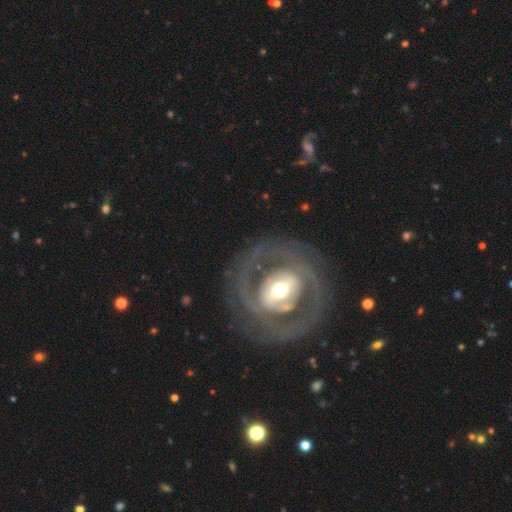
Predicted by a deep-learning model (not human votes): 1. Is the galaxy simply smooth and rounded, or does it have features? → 79% featured or disk, 15% smooth, 6% star or artifact.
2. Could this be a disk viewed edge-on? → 94% no, 6% yes.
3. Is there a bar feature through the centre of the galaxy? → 43% strong, 29% weak, 28% no.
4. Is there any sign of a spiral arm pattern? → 53% yes, 47% no.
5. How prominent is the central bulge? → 58% moderate, 25% small, 14% large, 2% dominant, 1% none.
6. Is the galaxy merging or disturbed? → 79% none, 11% minor disturbance, 9% major disturbance, 2% merger.